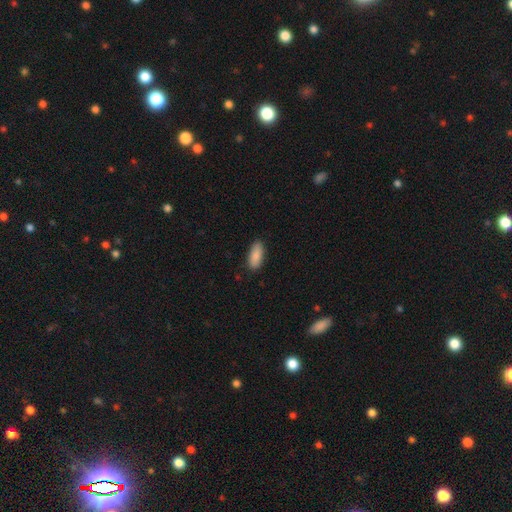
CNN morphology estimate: Overall: smooth (88%). How rounded: in between (83%). Merging: none (87%).